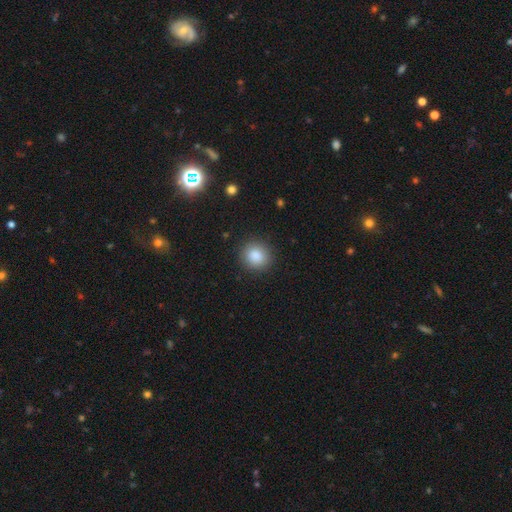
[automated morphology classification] A smooth galaxy with no disk features (87%) that is round (86%). Merging: none (89%).